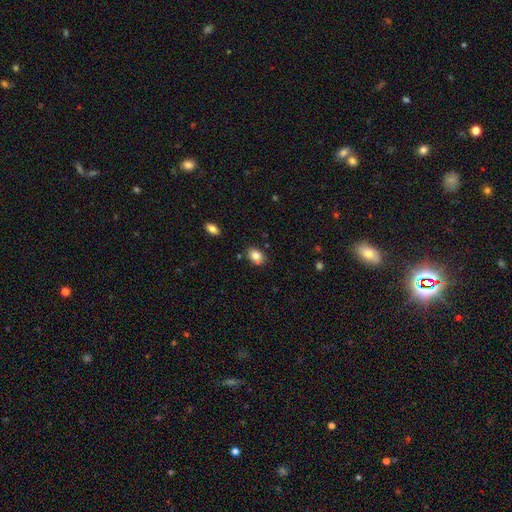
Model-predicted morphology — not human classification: A smooth galaxy with no disk features (84%) that is in between round and cigar-shaped (73%).

Vote fractions:
- Smooth or featured? smooth: 84% / star or artifact: 9% / featured or disk: 7%
- How rounded? in between: 73% / round: 26% / cigar-shaped: 1%
- Merging? none: 79% / minor disturbance: 14% / merger: 4% / major disturbance: 3%